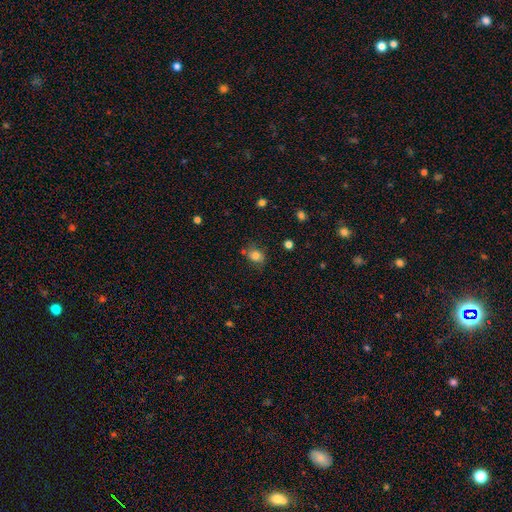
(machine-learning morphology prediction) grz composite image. It shows a smooth galaxy with no disk features (79%) that is round (59%). Merging: none (71%).